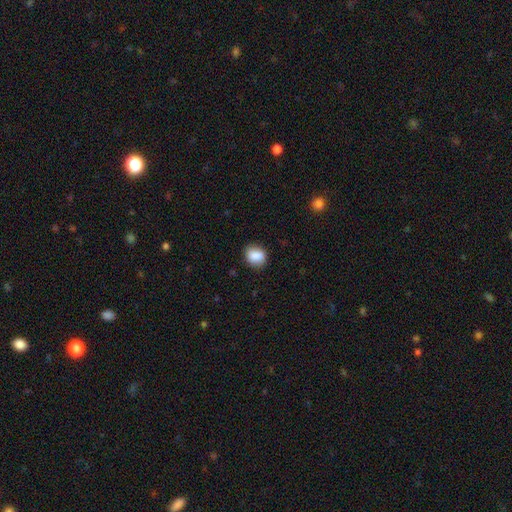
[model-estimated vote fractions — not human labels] A smooth galaxy with no disk features (87%) that is round (54%). Merging: none (83%).